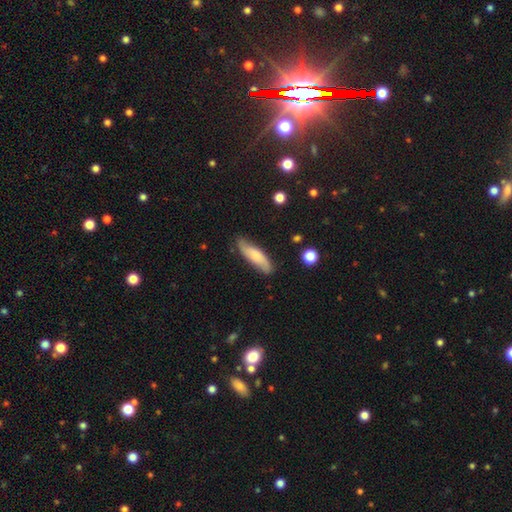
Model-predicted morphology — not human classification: This is possibly a smooth galaxy (56%). How rounded: possibly cigar-shaped (58%). Merging: likely none (77%).